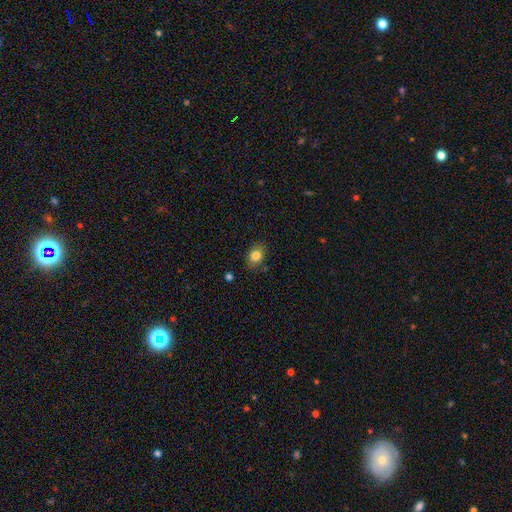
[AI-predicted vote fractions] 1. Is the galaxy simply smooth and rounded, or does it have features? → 83% smooth, 10% star or artifact, 7% featured or disk.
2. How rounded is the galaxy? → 61% in between, 38% round, 1% cigar-shaped.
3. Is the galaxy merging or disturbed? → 81% none, 14% minor disturbance, 3% major disturbance, 2% merger.